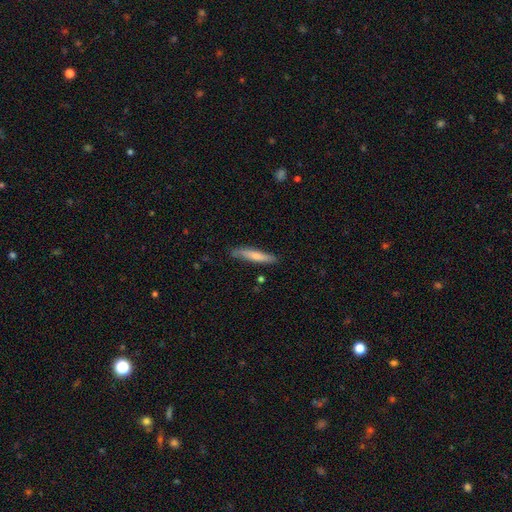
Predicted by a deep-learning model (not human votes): A smooth galaxy with no disk features (71%) that is cigar-shaped (91%). Merging: none (82%).